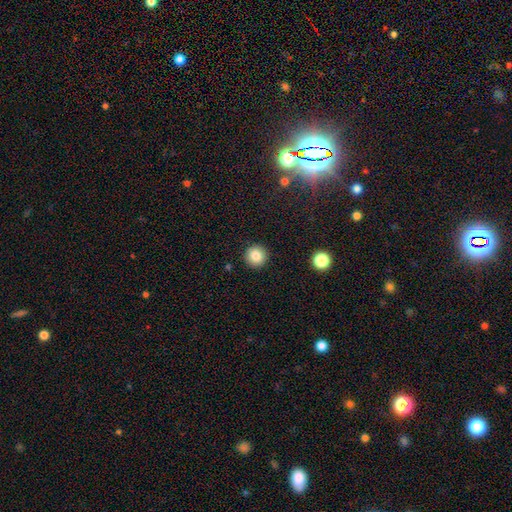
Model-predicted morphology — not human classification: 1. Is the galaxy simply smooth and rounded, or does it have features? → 84% smooth, 10% star or artifact, 6% featured or disk.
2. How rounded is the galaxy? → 96% round, 3% in between, 1% cigar-shaped.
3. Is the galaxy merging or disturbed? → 92% none, 5% minor disturbance, 2% major disturbance, 1% merger.